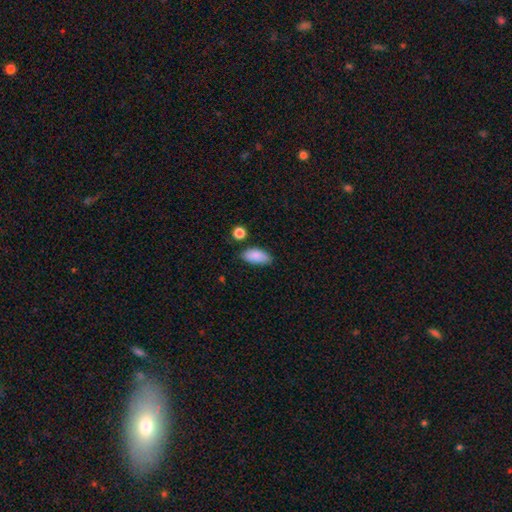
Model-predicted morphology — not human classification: A smooth galaxy with no disk features (88%) that is in between round and cigar-shaped (91%). Merging: none (76%).